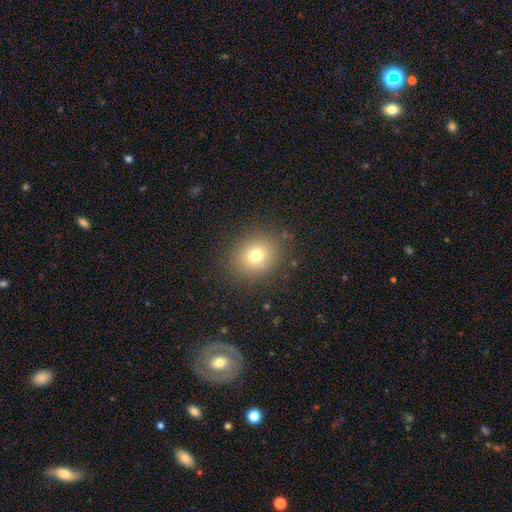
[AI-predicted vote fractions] smooth_or_featured: smooth (p=0.74) [alt: star or artifact p=0.14]
how_rounded: round (p=0.76) [alt: in between p=0.23]
merging: none (p=0.85) [alt: minor disturbance p=0.09]